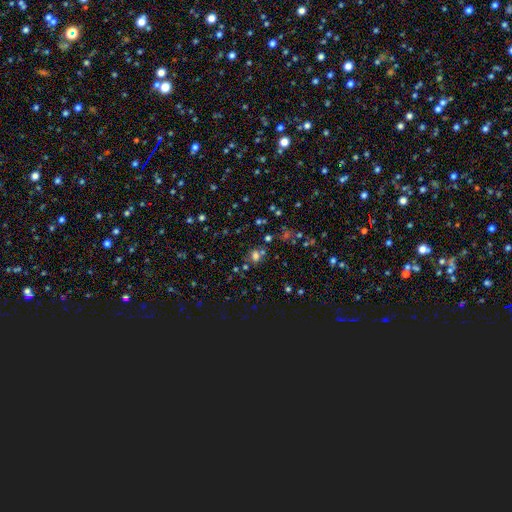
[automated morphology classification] Smooth or featured?
  - smooth: 58% *
  - star or artifact: 32%
  - featured or disk: 10%
How rounded?
  - round: 64% *
  - in between: 34%
  - cigar-shaped: 2%
Merging?
  - none: 65% *
  - merger: 17%
  - minor disturbance: 12%
  - major disturbance: 6%